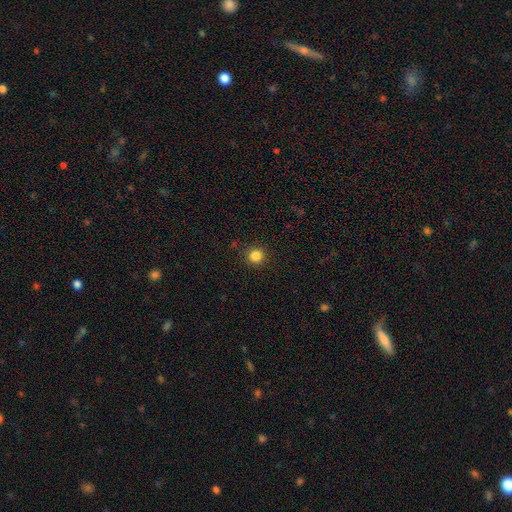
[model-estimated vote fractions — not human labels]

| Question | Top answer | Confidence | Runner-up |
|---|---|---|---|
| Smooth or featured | smooth | 84% | star or artifact (12%) |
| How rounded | round | 94% | in between (5%) |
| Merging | none | 90% | minor disturbance (7%) |